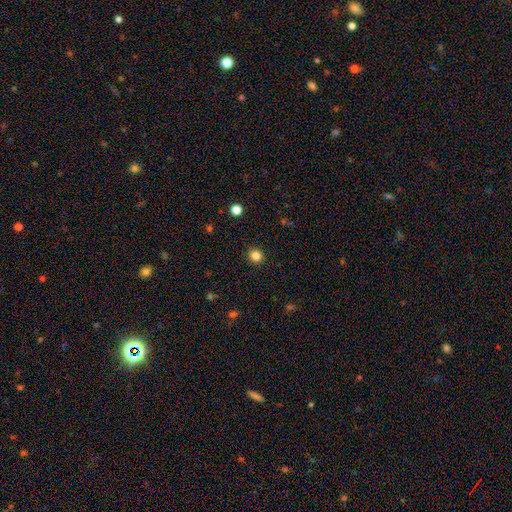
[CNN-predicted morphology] A smooth galaxy with no disk features (83%) that is round (90%). Merging: none (92%).